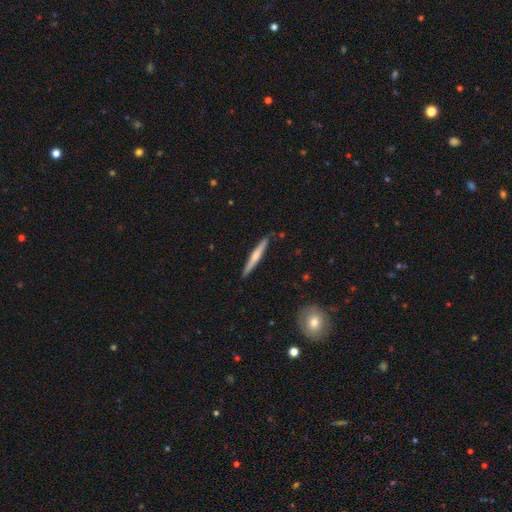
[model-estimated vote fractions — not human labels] Smooth or featured? Predicted: smooth (p=0.50). How rounded? Predicted: cigar-shaped (p=0.95). Merging? Predicted: none (p=0.87).